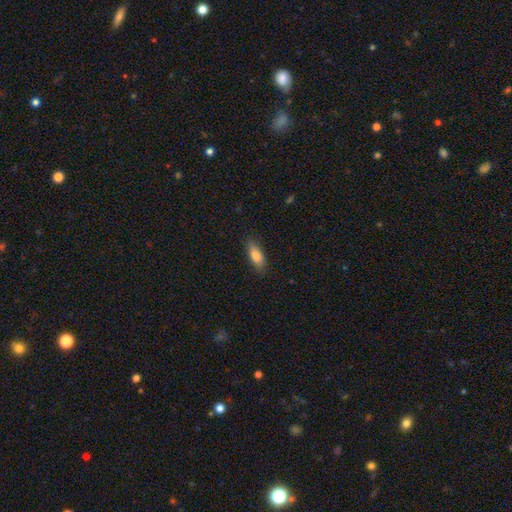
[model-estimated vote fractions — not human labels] Smooth or featured? Predicted: smooth (p=0.81). How rounded? Predicted: in between (p=0.74). Merging? Predicted: none (p=0.84).